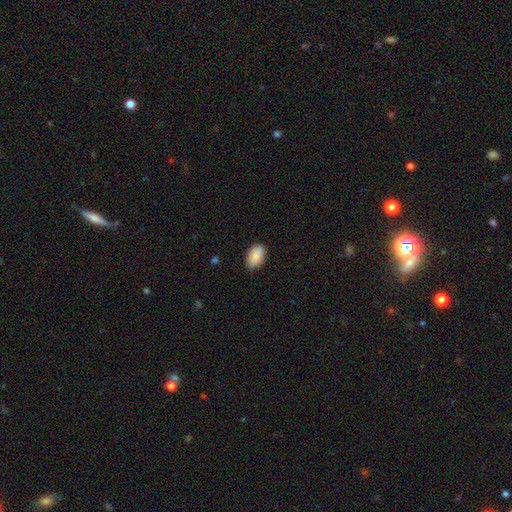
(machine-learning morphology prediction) A smooth galaxy with no disk features (88%) that is in between round and cigar-shaped (91%).

Vote fractions:
- Smooth or featured? smooth: 88% / star or artifact: 6% / featured or disk: 5%
- How rounded? in between: 91% / round: 8% / cigar-shaped: 1%
- Merging? none: 81% / minor disturbance: 15% / major disturbance: 2% / merger: 1%